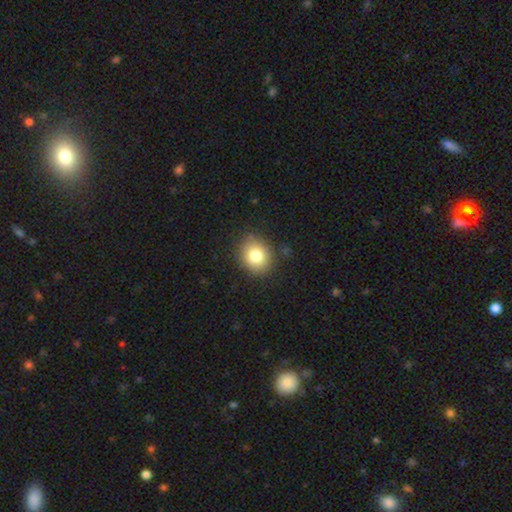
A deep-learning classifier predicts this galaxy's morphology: This is clearly a smooth galaxy (81%). How rounded: likely round (68%). Merging: clearly none (86%).